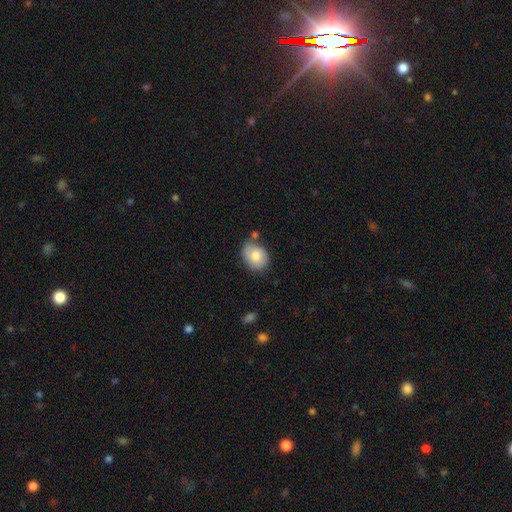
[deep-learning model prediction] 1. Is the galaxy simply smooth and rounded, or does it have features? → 74% smooth, 19% featured or disk, 7% star or artifact.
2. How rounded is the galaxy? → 50% in between, 49% round, 1% cigar-shaped.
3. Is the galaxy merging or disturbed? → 62% none, 24% minor disturbance, 8% merger, 5% major disturbance.